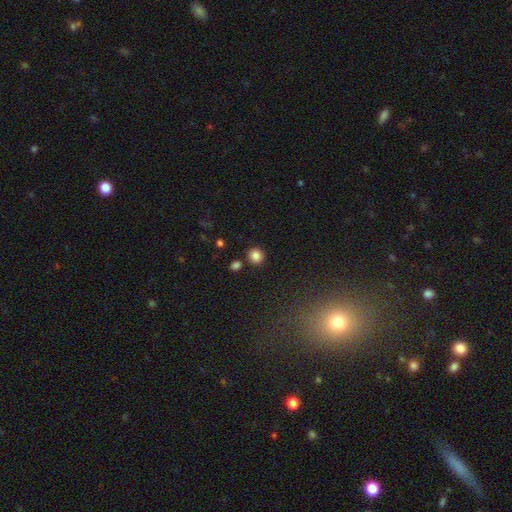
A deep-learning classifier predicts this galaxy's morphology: type=smooth (84%); roundness=round (90%); merging=none (85%).